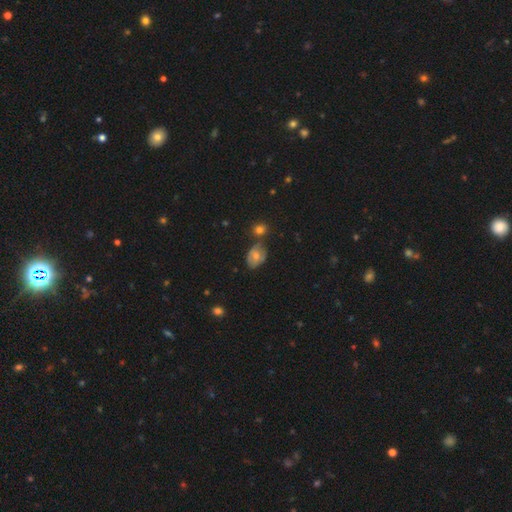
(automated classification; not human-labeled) Smooth or featured?
  - smooth: 61% *
  - featured or disk: 28%
  - star or artifact: 11%
How rounded?
  - in between: 69% *
  - round: 29%
  - cigar-shaped: 1%
Merging?
  - none: 60% *
  - minor disturbance: 20%
  - merger: 15%
  - major disturbance: 5%